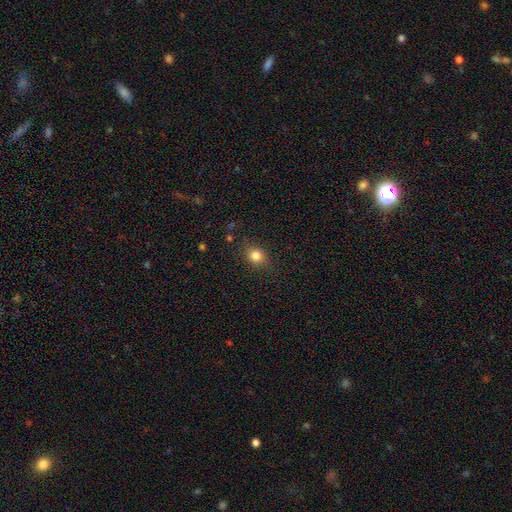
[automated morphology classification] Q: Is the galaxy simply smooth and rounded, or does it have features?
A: smooth — 82%.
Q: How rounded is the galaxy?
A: round — 63%.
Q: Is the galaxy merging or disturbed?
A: none — 84%.